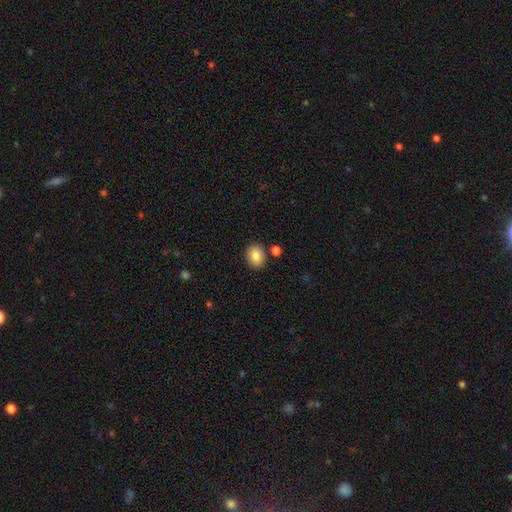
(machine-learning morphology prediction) Q: Smooth or featured?
A: smooth (86%); runner-up: star or artifact (8%)
Q: How rounded?
A: in between (54%); runner-up: round (46%)
Q: Merging?
A: none (84%); runner-up: minor disturbance (8%)